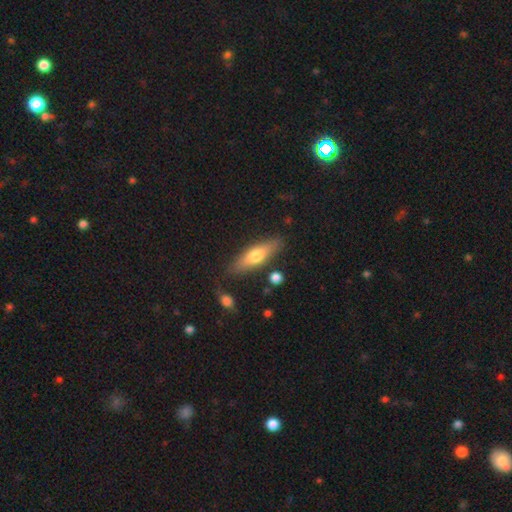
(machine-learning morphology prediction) Smooth or featured? smooth (57%)
How rounded? cigar-shaped (62%)
Merging? none (81%)